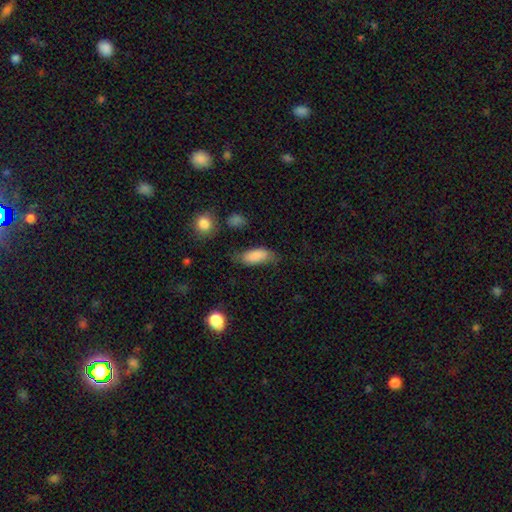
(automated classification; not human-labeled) This is clearly a smooth galaxy (85%). How rounded: clearly in between (85%). Merging: likely none (60%).